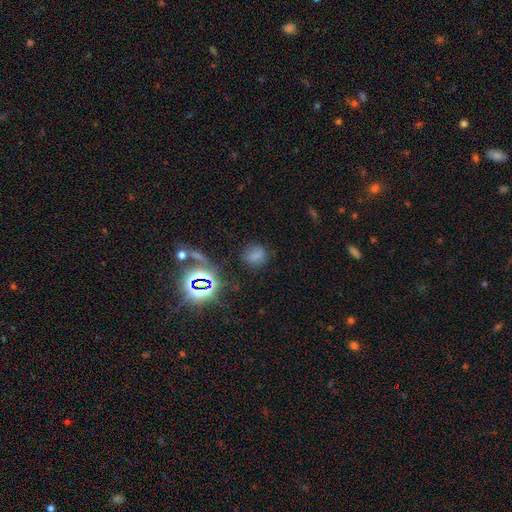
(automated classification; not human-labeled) Morphology: type=smooth (65%); roundness=round (57%); merging=none (78%).